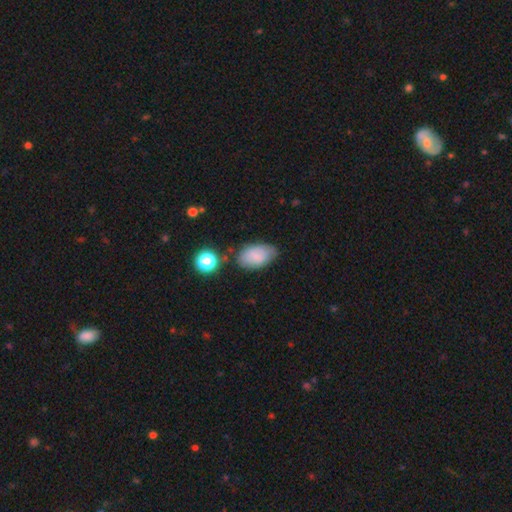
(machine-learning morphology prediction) Smooth or featured? smooth (79%)
How rounded? in between (92%)
Merging? none (69%)